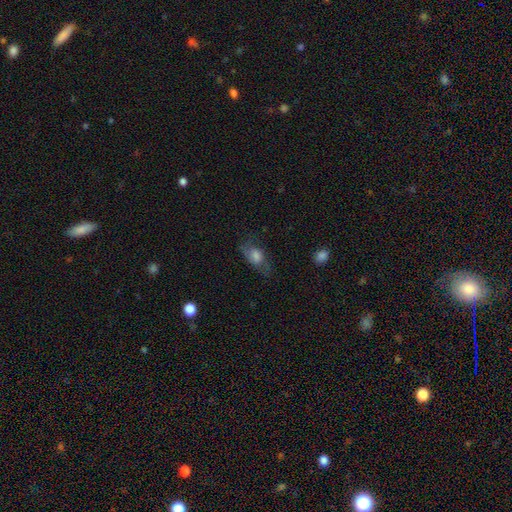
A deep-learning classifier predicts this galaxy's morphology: Overall: smooth (51%; featured or disk 37%). How rounded: in between (78%). Merging: none (63%).